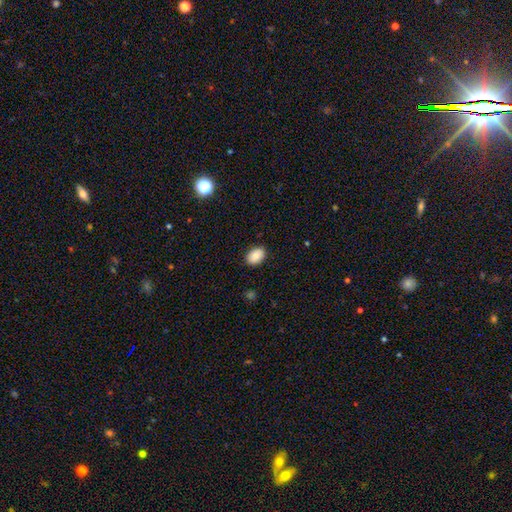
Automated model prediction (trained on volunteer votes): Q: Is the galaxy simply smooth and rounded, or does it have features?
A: smooth — 84%.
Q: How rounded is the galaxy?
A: in between — 83%.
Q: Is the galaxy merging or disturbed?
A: none — 88%.